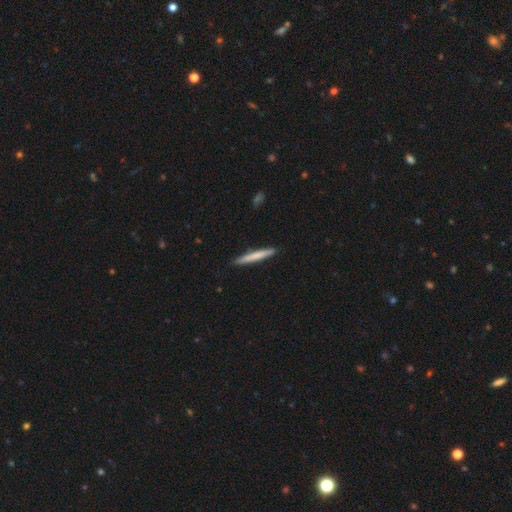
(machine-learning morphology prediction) Overall: smooth (69%). How rounded: cigar-shaped (96%). Merging: none (91%).